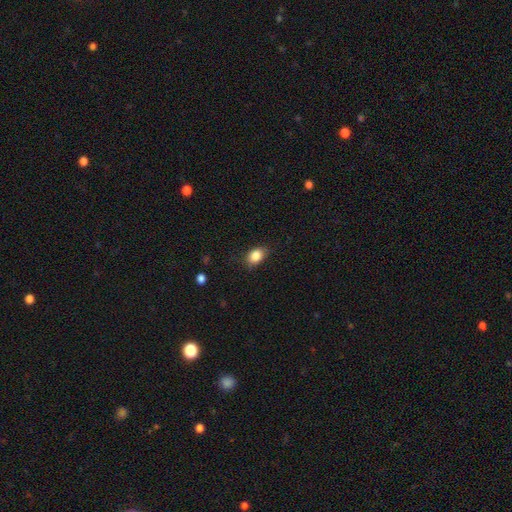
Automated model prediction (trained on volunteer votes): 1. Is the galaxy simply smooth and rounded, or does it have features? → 86% smooth, 9% star or artifact, 6% featured or disk.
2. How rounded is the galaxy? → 72% in between, 27% round, 1% cigar-shaped.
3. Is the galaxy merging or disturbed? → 77% none, 18% minor disturbance, 4% major disturbance, 1% merger.